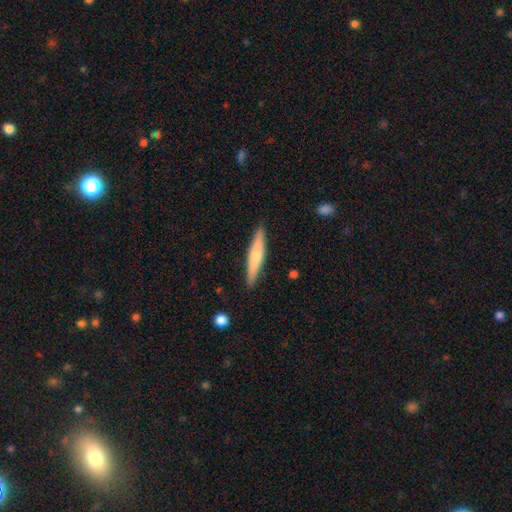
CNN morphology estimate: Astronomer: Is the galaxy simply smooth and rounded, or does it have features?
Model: smooth — 66%.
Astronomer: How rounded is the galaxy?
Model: cigar-shaped — 91%.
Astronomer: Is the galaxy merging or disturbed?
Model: none — 89%.